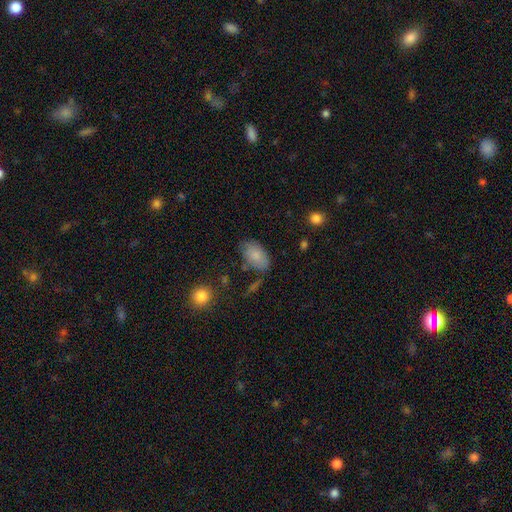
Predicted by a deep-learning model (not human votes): This appears to be a smooth galaxy with no disk features (83%) that is in between round and cigar-shaped (92%). Merging: none (64%).